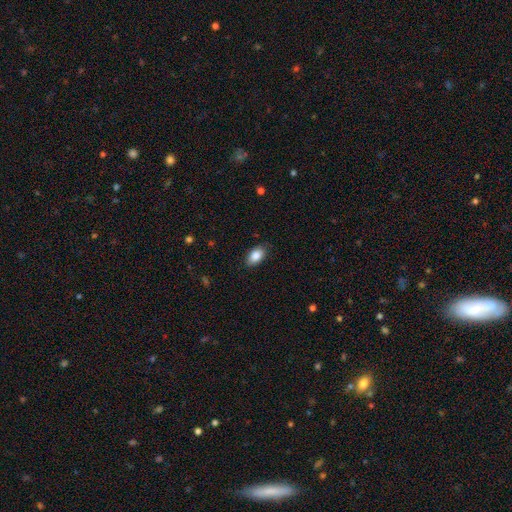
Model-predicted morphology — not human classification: A smooth galaxy with no disk features (86%) that is in between round and cigar-shaped (92%). Merging: none (86%).